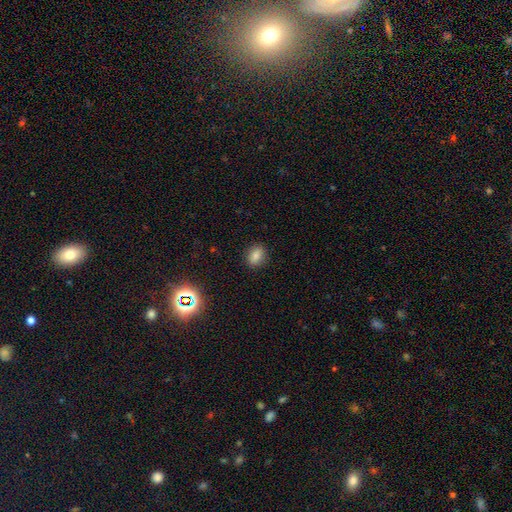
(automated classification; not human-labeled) Smooth or featured? Predicted: smooth (p=0.81). How rounded? Predicted: in between (p=0.56). Merging? Predicted: none (p=0.88).